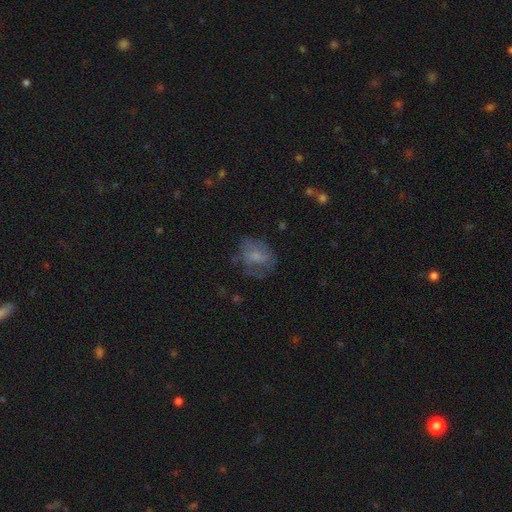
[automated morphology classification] A smooth galaxy with no disk features (57%) that is in between round and cigar-shaped (58%).

Vote fractions:
- Smooth or featured? smooth: 57% / featured or disk: 32% / star or artifact: 11%
- How rounded? in between: 58% / round: 40% / cigar-shaped: 1%
- Merging? none: 49% / minor disturbance: 25% / major disturbance: 24% / merger: 2%